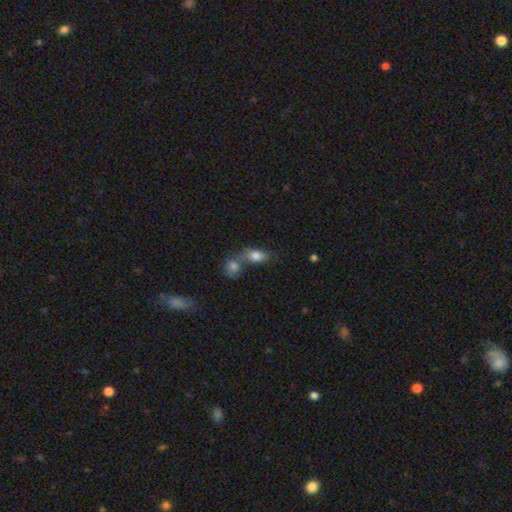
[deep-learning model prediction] smooth_or_featured: smooth (p=0.80) [alt: featured or disk p=0.11]
how_rounded: in between (p=0.85) [alt: round p=0.11]
merging: merger (p=0.53) [alt: none p=0.32]